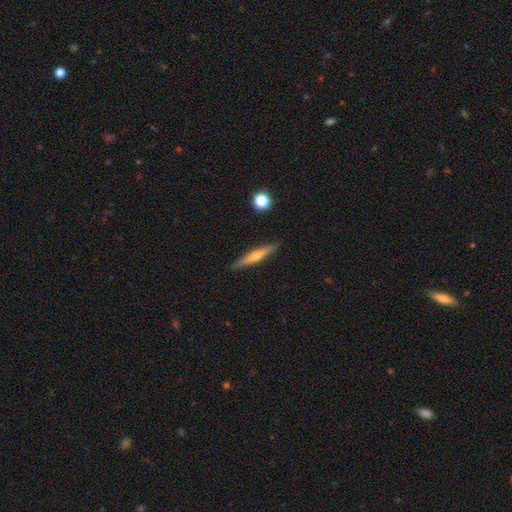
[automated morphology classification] This is possibly a featured or disk galaxy (56%). It is clearly viewed edge-on (96%). Edge-on bulge: clearly rounded (81%). Merging: clearly none (89%).